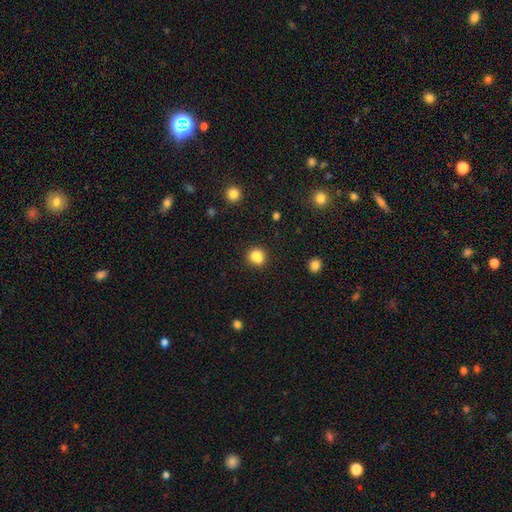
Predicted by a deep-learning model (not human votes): Smooth or featured?
  - smooth: 84% *
  - star or artifact: 11%
  - featured or disk: 5%
How rounded?
  - round: 73% *
  - in between: 26%
  - cigar-shaped: 1%
Merging?
  - none: 70% *
  - minor disturbance: 14%
  - merger: 12%
  - major disturbance: 4%